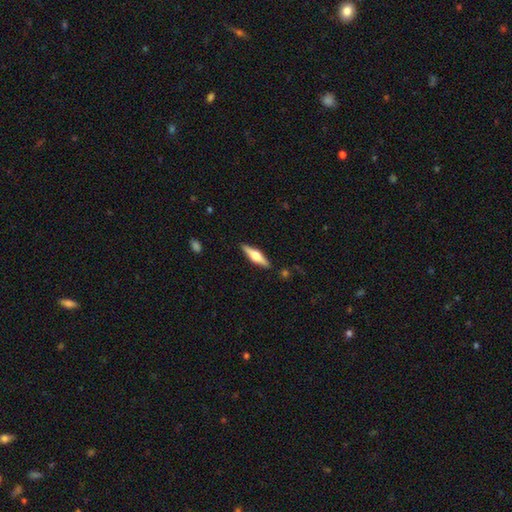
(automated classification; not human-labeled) Smooth or featured: featured or disk — 66% (smooth — 29%)
Edge-on disk: yes — 97% (no — 3%)
Edge-on bulge: rounded — 94% (boxy — 4%)
Merging: none — 90% (minor disturbance — 7%)